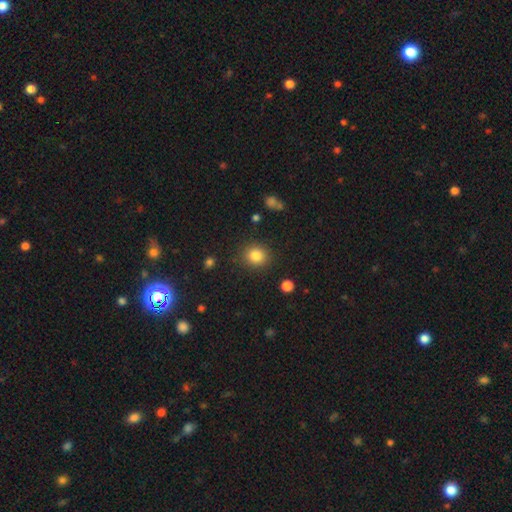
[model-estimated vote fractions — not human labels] Q: Smooth or featured?
A: smooth (83%); runner-up: star or artifact (11%)
Q: How rounded?
A: round (82%); runner-up: in between (17%)
Q: Merging?
A: none (88%); runner-up: minor disturbance (8%)